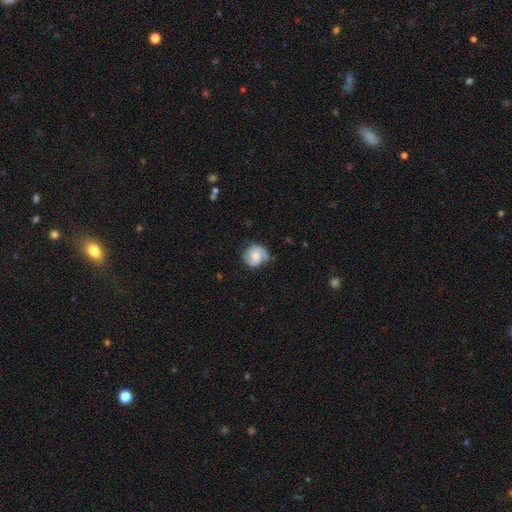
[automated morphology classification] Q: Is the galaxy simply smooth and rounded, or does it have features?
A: smooth — 47%.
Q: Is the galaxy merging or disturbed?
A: none — 63%.